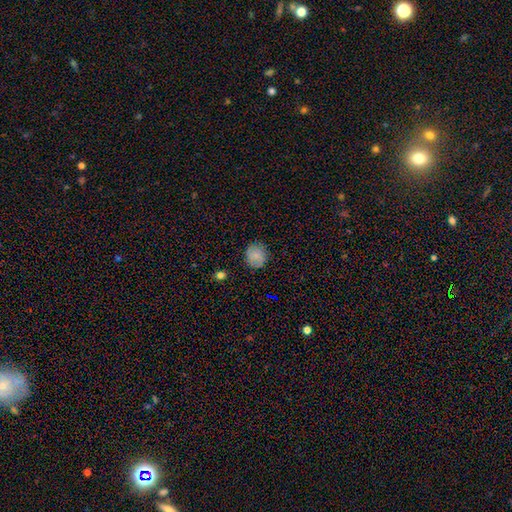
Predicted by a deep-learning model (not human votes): Smooth or featured: smooth — 83% (star or artifact — 9%)
How rounded: round — 81% (in between — 18%)
Merging: none — 85% (minor disturbance — 11%)